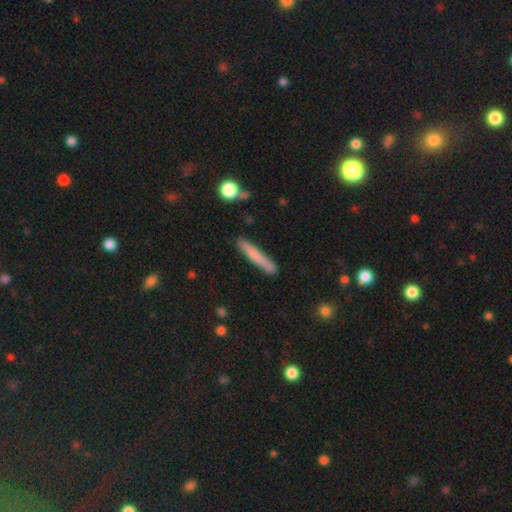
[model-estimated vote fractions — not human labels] The model was most divided on "smooth or featured": smooth: 71%, featured or disk: 22%, star or artifact: 7%. More confident: how rounded — cigar-shaped (94%); merging — none (83%).